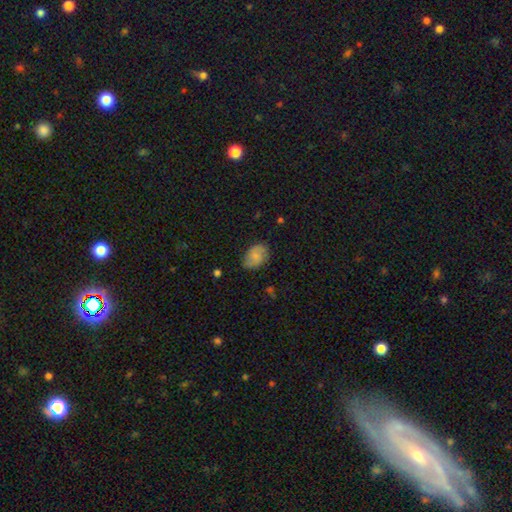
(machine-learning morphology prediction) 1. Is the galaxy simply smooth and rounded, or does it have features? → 73% smooth, 19% featured or disk, 8% star or artifact.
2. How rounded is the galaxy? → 79% in between, 20% round, 1% cigar-shaped.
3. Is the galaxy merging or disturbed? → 71% none, 23% minor disturbance, 5% major disturbance, 1% merger.